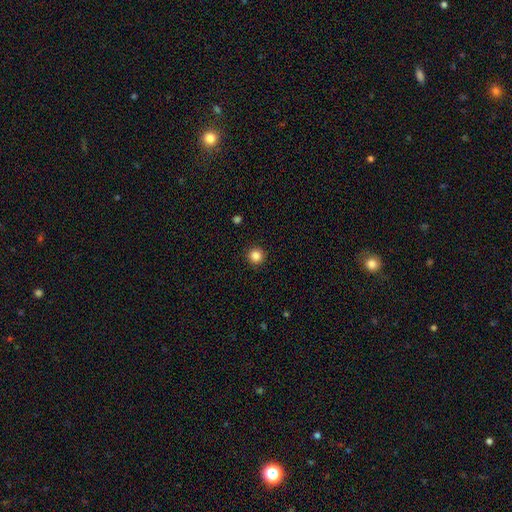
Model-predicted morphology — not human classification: A smooth galaxy with no disk features (86%) that is round (95%). Merging: none (92%).